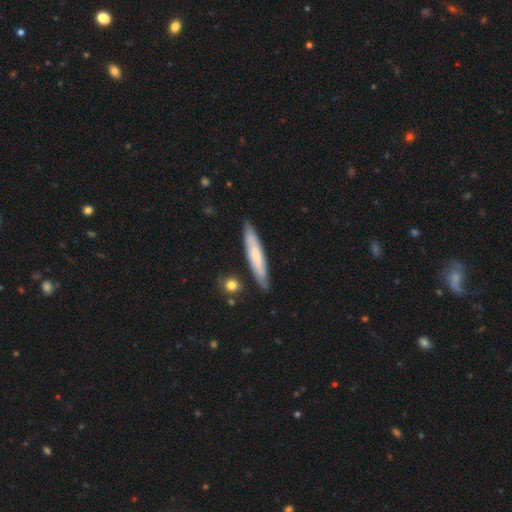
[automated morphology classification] The model was most divided on "smooth or featured": smooth: 61%, featured or disk: 33%, star or artifact: 5%. More confident: how rounded — cigar-shaped (91%); merging — none (86%).